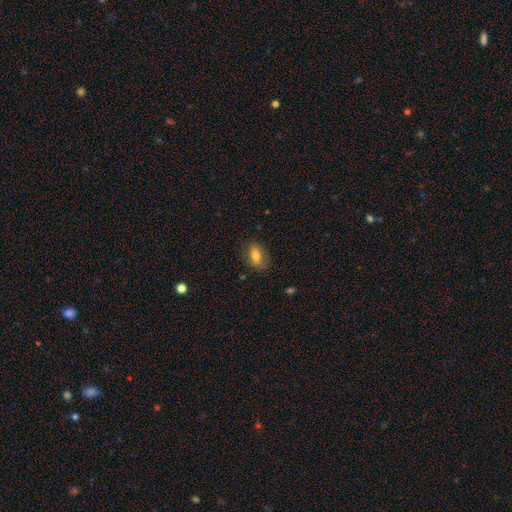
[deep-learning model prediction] smooth_or_featured: smooth (p=0.73) [alt: featured or disk p=0.18]
how_rounded: in between (p=0.84) [alt: round p=0.09]
merging: none (p=0.78) [alt: minor disturbance p=0.16]